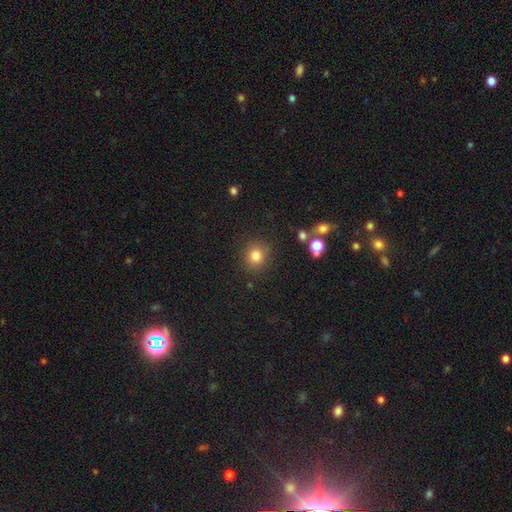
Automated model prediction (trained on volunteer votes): This is clearly a smooth galaxy (82%). How rounded: clearly round (88%). Merging: clearly none (85%).